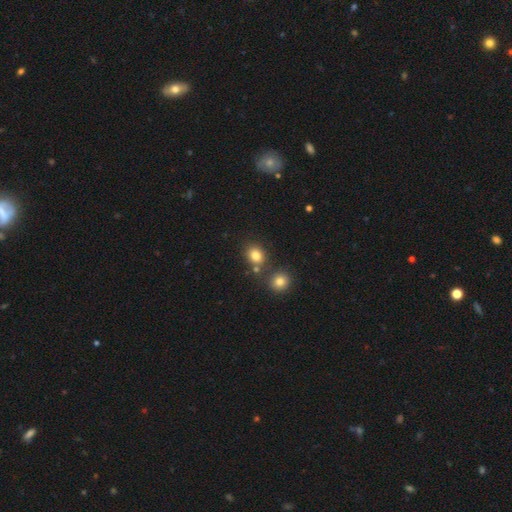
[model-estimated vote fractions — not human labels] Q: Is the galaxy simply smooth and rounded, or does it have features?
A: smooth — 81%.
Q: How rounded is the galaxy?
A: round — 62%.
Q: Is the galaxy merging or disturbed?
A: none — 70%.